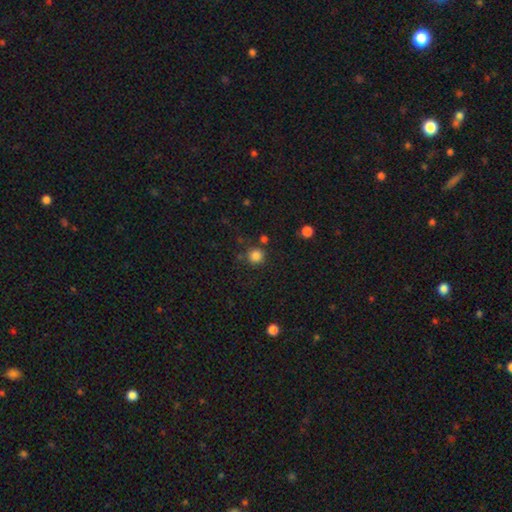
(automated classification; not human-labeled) Q: Smooth or featured?
A: smooth (84%); runner-up: star or artifact (12%)
Q: How rounded?
A: round (93%); runner-up: in between (6%)
Q: Merging?
A: none (82%); runner-up: minor disturbance (9%)